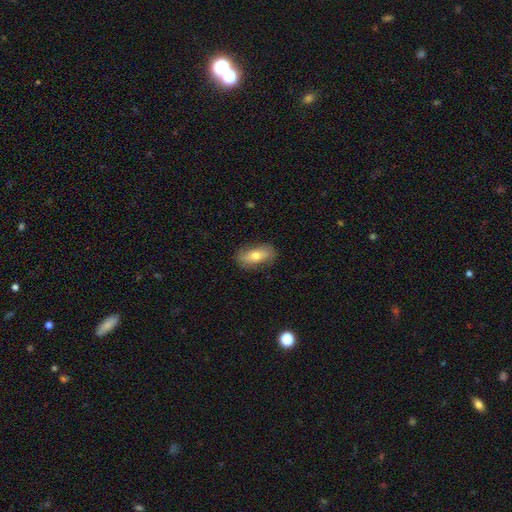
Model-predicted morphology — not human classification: smooth_or_featured: smooth (p=0.66) [alt: featured or disk p=0.28]
how_rounded: in between (p=0.81) [alt: cigar-shaped p=0.14]
merging: none (p=0.82) [alt: minor disturbance p=0.14]